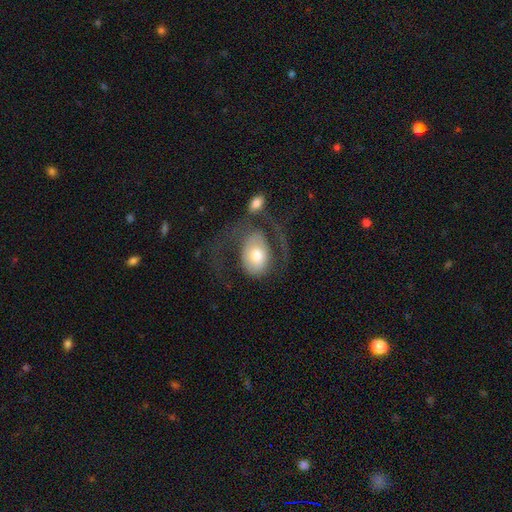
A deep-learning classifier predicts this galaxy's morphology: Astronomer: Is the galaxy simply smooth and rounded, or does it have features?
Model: smooth — 47% (runner-up: featured or disk, 46%).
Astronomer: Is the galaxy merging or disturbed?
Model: major disturbance — 44% (runner-up: none, 30%).